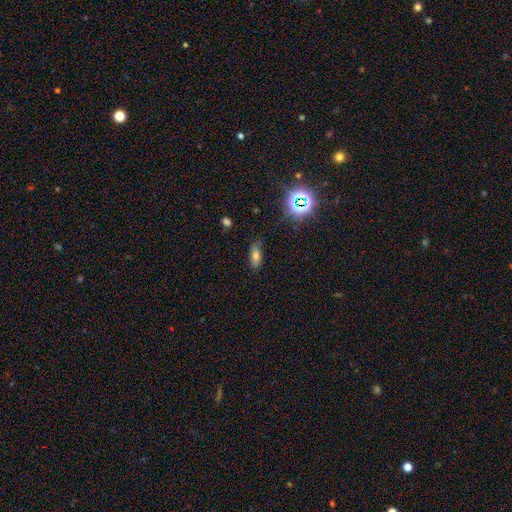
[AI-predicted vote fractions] smooth-or-featured: smooth: 66% | featured or disk: 18% | star or artifact: 16%
  how-rounded: in between: 70% | cigar-shaped: 25% | round: 5%
  merging: none: 80% | minor disturbance: 15% | major disturbance: 3% | merger: 2%